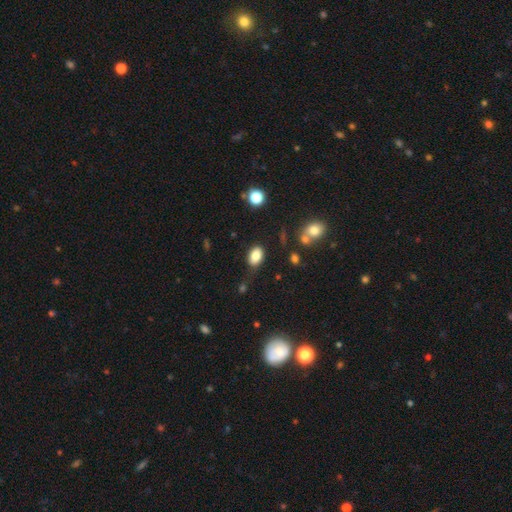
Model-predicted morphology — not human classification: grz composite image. It shows a smooth galaxy with no disk features (84%) that is in between round and cigar-shaped (85%). Merging: none (73%).